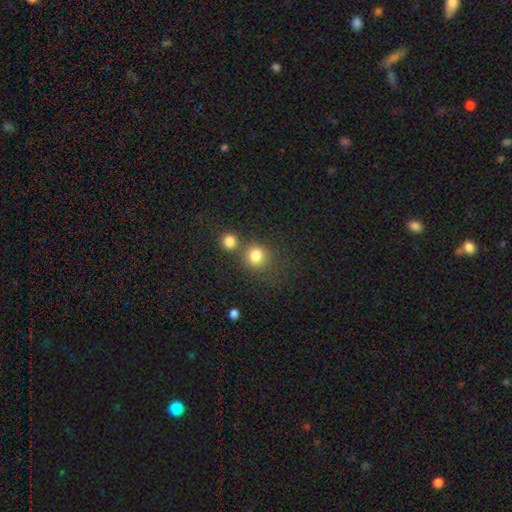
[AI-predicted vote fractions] A smooth galaxy with no disk features (80%) that is round (87%). Merging: none (61%).